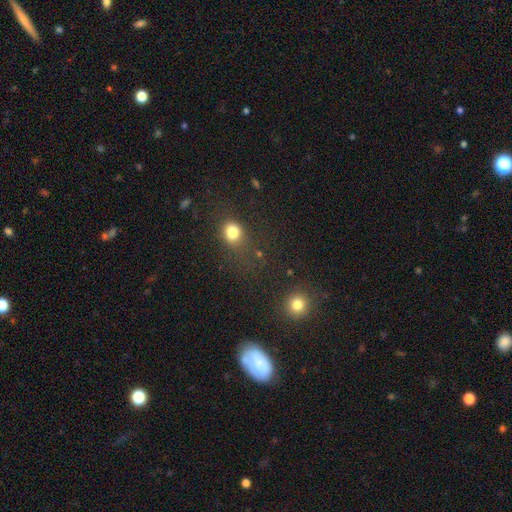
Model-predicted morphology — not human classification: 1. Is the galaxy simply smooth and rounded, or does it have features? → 55% smooth, 35% star or artifact, 10% featured or disk.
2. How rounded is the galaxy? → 78% round, 20% in between, 2% cigar-shaped.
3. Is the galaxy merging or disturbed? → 76% none, 11% minor disturbance, 8% major disturbance, 5% merger.